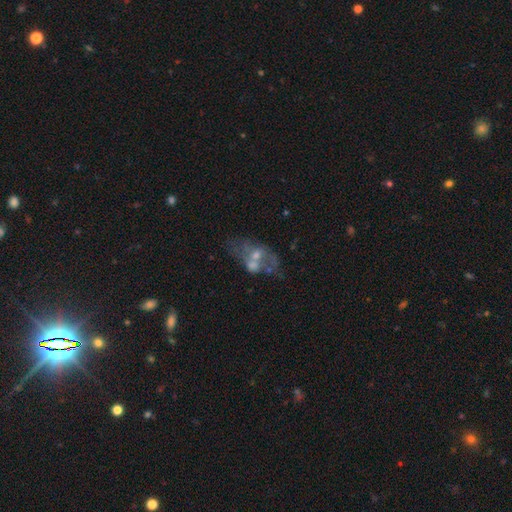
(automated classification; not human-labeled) Smooth or featured?
  - featured or disk: 56% *
  - smooth: 29%
  - star or artifact: 15%
Edge-on disk?
  - no: 94% *
  - yes: 6%
Bar?
  - no: 82% *
  - weak: 14%
  - strong: 4%
Spiral arms?
  - no: 80% *
  - yes: 20%
Bulge size?
  - moderate: 41% *
  - small: 35%
  - none: 17%
  - large: 5%
  - dominant: 2%
Merging?
  - merger: 40% *
  - none: 31%
  - major disturbance: 16%
  - minor disturbance: 13%